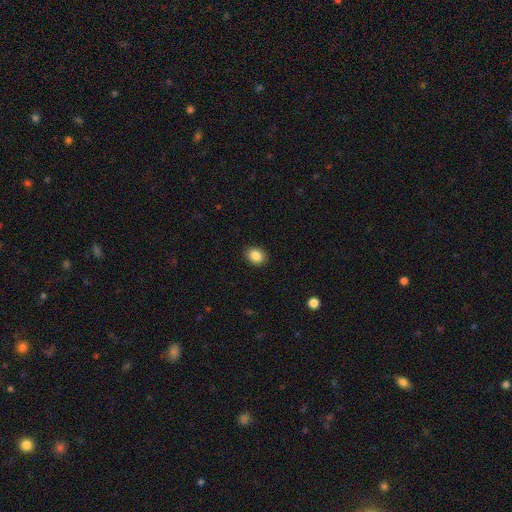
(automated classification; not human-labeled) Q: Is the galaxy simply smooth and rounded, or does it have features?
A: smooth — 86%.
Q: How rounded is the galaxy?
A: in between — 54%.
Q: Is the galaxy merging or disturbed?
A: none — 90%.